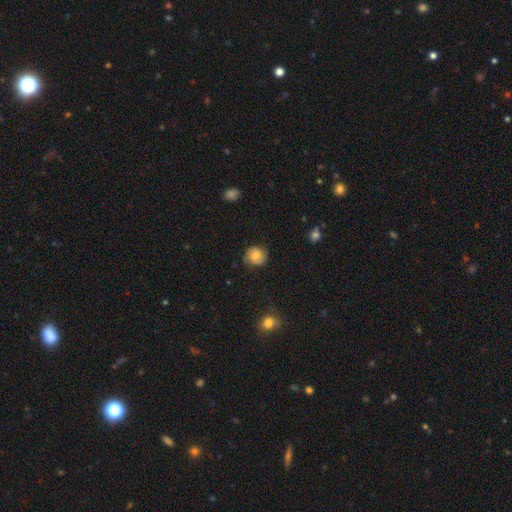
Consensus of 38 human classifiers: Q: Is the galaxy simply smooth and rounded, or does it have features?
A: smooth — 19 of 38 (50%).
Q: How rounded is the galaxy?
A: round — 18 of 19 (95%).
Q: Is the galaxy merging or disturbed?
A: none — 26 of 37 (70%).